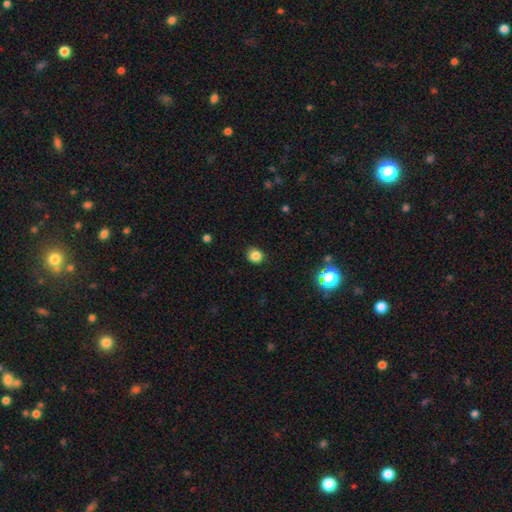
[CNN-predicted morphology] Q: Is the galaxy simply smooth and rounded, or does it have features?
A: smooth — 84%.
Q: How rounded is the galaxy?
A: round — 85%.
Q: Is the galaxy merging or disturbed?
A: none — 89%.